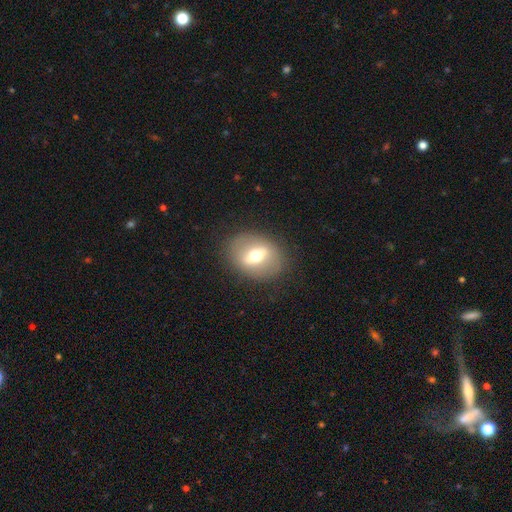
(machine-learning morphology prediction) This is possibly a featured or disk galaxy (50%). Merging: clearly none (85%).